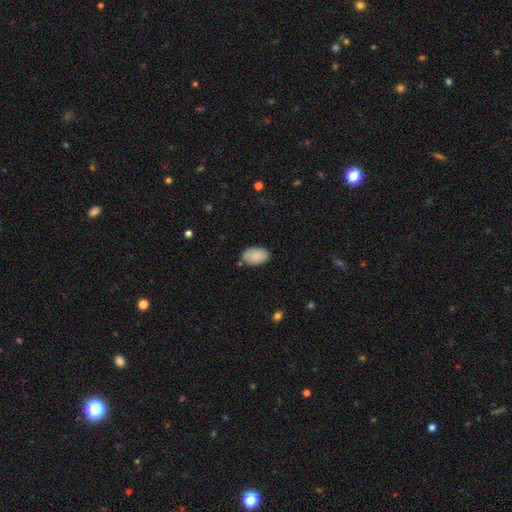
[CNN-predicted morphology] A smooth galaxy with no disk features (85%) that is in between round and cigar-shaped (92%). Merging: none (82%).